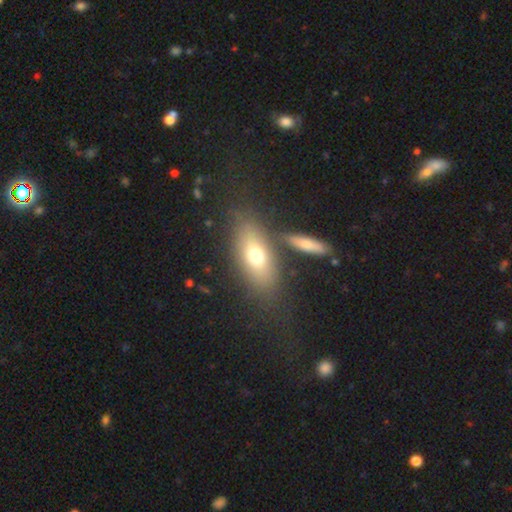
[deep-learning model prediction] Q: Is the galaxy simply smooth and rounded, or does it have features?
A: smooth — 67%.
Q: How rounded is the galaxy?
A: in between — 78%.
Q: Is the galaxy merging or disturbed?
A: none — 69%.